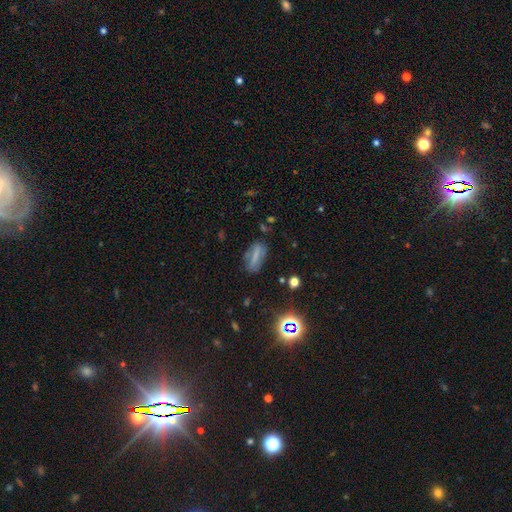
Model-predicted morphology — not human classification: Smooth or featured?
  - smooth: 59% *
  - featured or disk: 25%
  - star or artifact: 16%
How rounded?
  - in between: 61% *
  - cigar-shaped: 33%
  - round: 6%
Merging?
  - none: 67% *
  - minor disturbance: 20%
  - major disturbance: 9%
  - merger: 3%